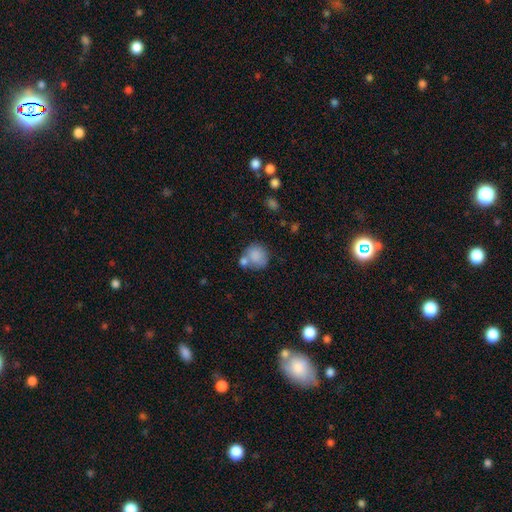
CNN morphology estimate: A smooth galaxy with no disk features (82%) that is round (78%).

Vote fractions:
- Smooth or featured? smooth: 82% / featured or disk: 9% / star or artifact: 8%
- How rounded? round: 78% / in between: 21% / cigar-shaped: 1%
- Merging? none: 49% / merger: 29% / minor disturbance: 15% / major disturbance: 6%